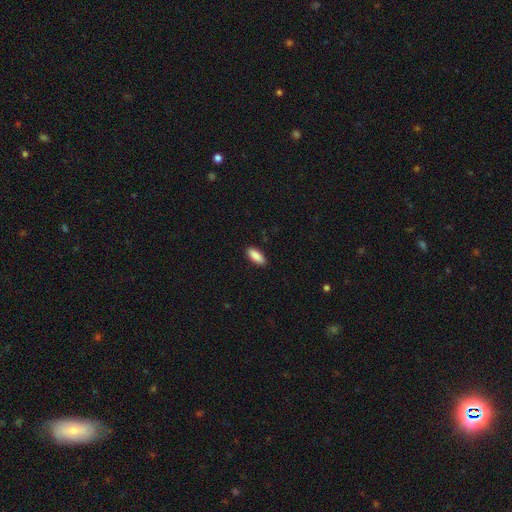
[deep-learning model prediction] Smooth or featured: smooth — 89% (star or artifact — 6%)
How rounded: in between — 81% (cigar-shaped — 17%)
Merging: none — 90% (minor disturbance — 8%)